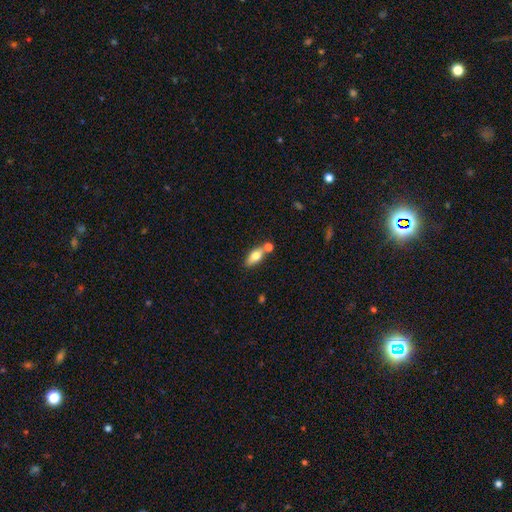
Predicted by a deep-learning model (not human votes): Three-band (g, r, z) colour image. It shows a smooth galaxy with no disk features (74%) that is in between round and cigar-shaped (82%). Merging: none (56%).